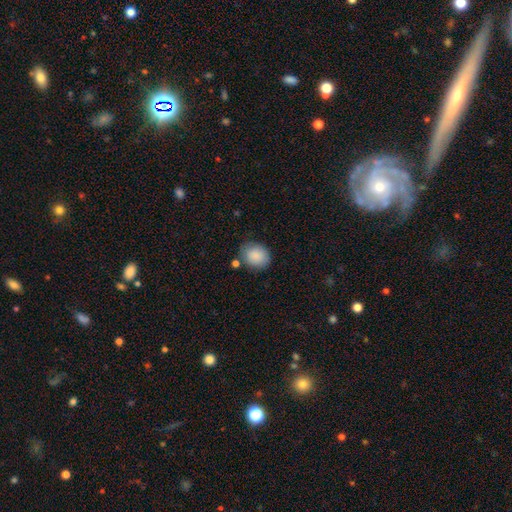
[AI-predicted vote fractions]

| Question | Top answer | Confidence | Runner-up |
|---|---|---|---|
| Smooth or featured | smooth | 88% | star or artifact (7%) |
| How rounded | round | 54% | in between (45%) |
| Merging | none | 75% | minor disturbance (16%) |